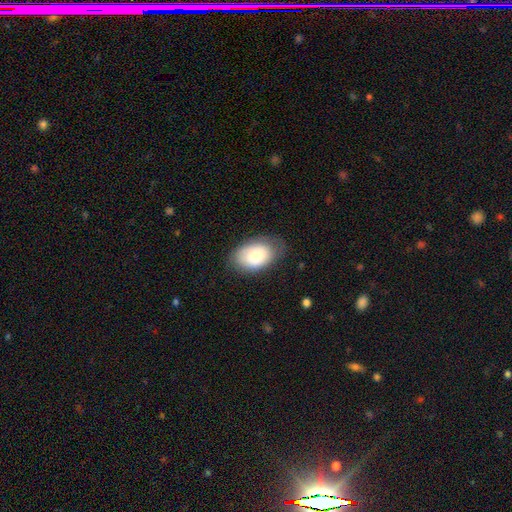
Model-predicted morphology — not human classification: This appears to be a smooth galaxy with no disk features (77%) that is in between round and cigar-shaped (88%). Merging: none (72%).